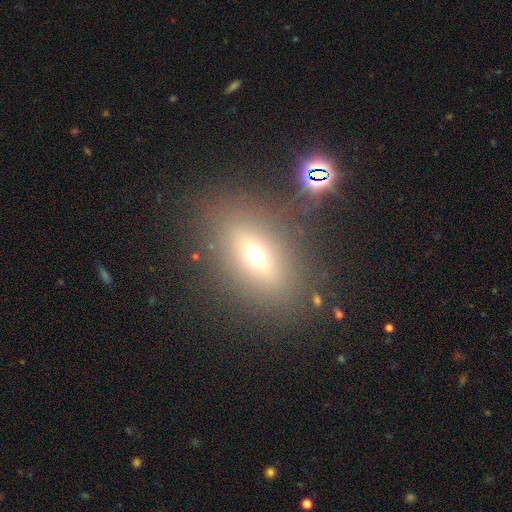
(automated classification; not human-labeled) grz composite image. It shows a smooth galaxy with no disk features (53%) that is in between round and cigar-shaped (70%). Merging: none (81%).